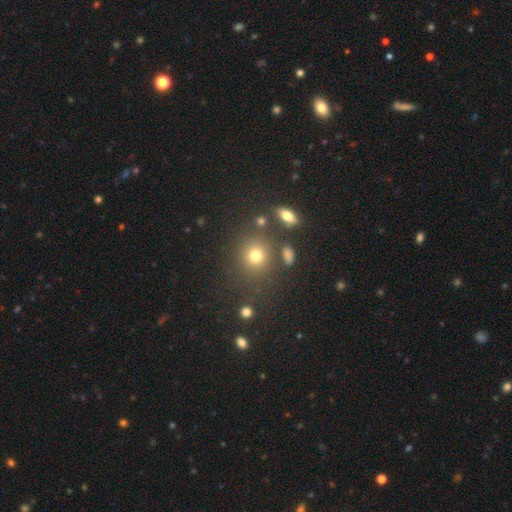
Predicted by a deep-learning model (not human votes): Q: Smooth or featured?
A: smooth (74%); runner-up: star or artifact (17%)
Q: How rounded?
A: round (81%); runner-up: in between (18%)
Q: Merging?
A: none (77%); runner-up: minor disturbance (10%)